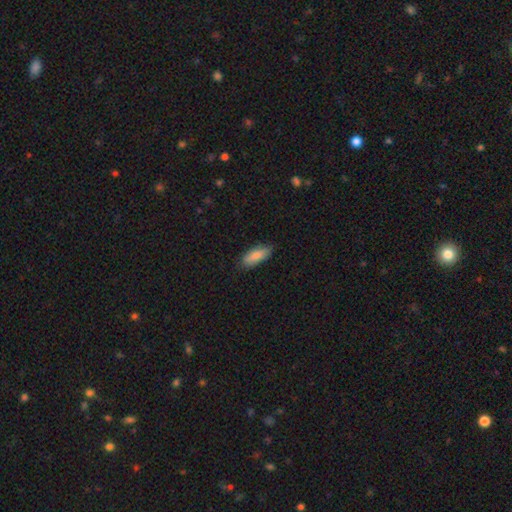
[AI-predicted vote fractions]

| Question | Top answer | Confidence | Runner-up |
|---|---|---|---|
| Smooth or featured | smooth | 84% | featured or disk (10%) |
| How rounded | in between | 74% | cigar-shaped (24%) |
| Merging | none | 80% | minor disturbance (16%) |